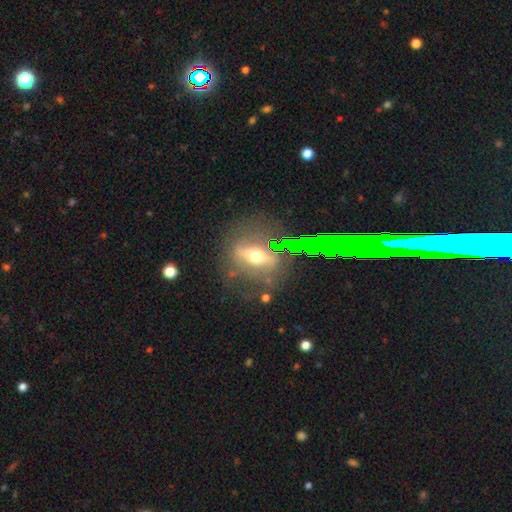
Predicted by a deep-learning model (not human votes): Smooth or featured? featured or disk (61%)
Edge-on disk? yes (51%)
Merging? none (71%)